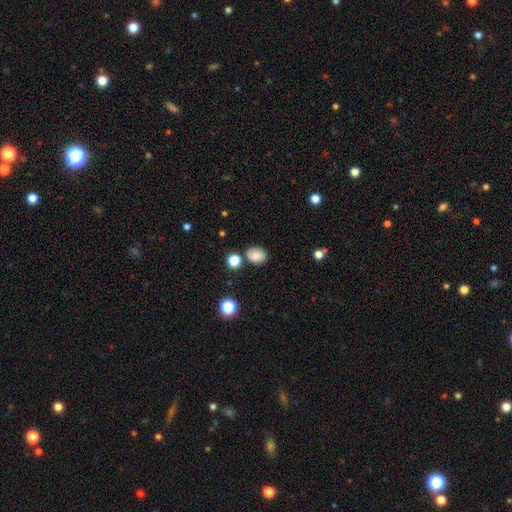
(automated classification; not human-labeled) The model was most divided on "how rounded": in between: 50%, round: 49%, cigar-shaped: 1%. More confident: smooth or featured — smooth (76%); merging — none (75%).